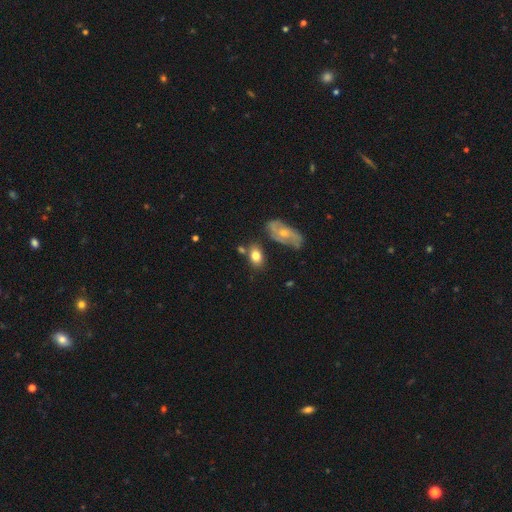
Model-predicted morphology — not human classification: type=smooth (75%); roundness=in between (80%); merging=none (64%).